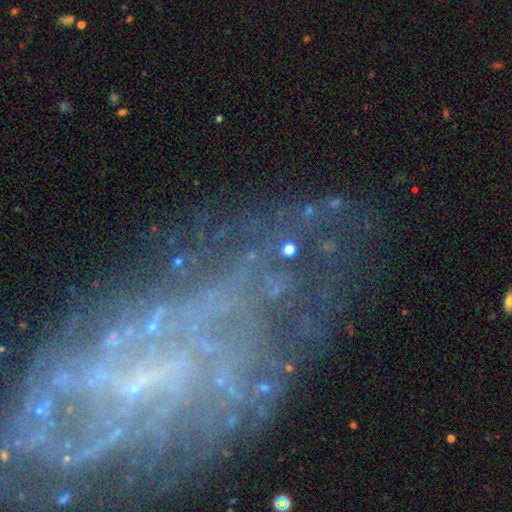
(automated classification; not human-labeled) The model was most divided on "bulge size": none: 46%, small: 42%, moderate: 9%, large: 2%, dominant: 1%. More confident: edge-on disk — no (94%); smooth or featured — featured or disk (69%); spiral arms — yes (66%); merging — none (56%); bar — no (54%).